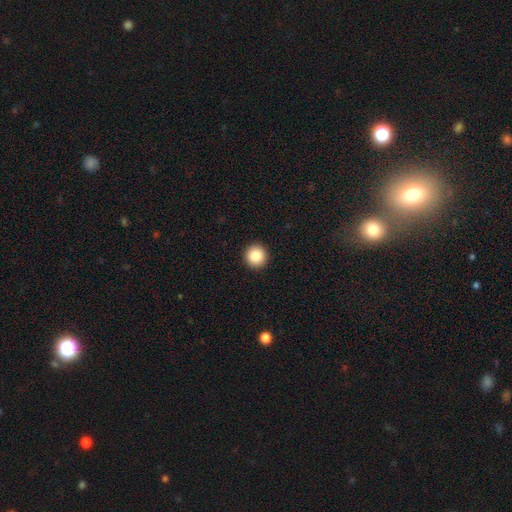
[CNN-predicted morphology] smooth_or_featured: smooth (p=0.85) [alt: star or artifact p=0.09]
how_rounded: round (p=0.95) [alt: in between p=0.04]
merging: none (p=0.94) [alt: minor disturbance p=0.04]